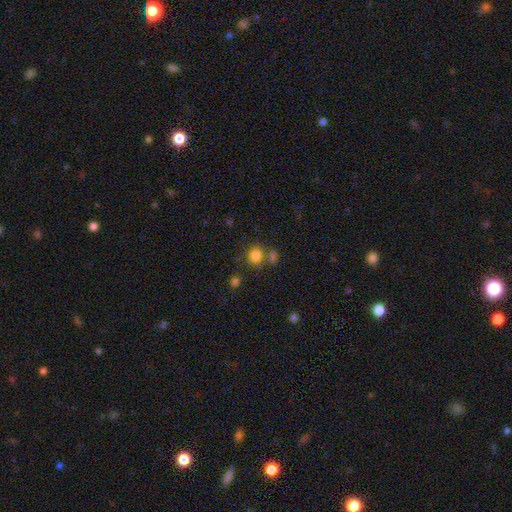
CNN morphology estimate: Smooth or featured?
  - smooth: 81% *
  - star or artifact: 12%
  - featured or disk: 7%
How rounded?
  - round: 80% *
  - in between: 19%
  - cigar-shaped: 1%
Merging?
  - none: 64% *
  - merger: 19%
  - minor disturbance: 12%
  - major disturbance: 5%